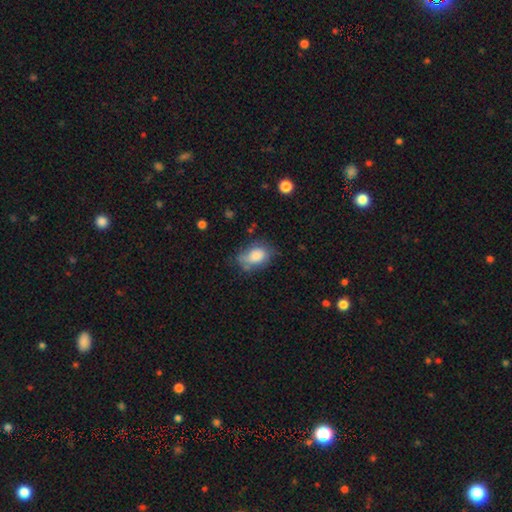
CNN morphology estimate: type=smooth (76%); roundness=in between (83%); merging=none (51%).